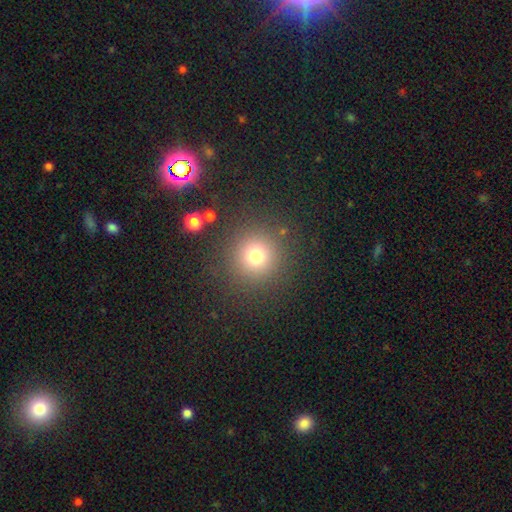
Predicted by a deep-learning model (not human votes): A smooth galaxy with no disk features (74%) that is round (95%).

Vote fractions:
- Smooth or featured? smooth: 74% / star or artifact: 17% / featured or disk: 8%
- How rounded? round: 95% / in between: 4% / cigar-shaped: 1%
- Merging? none: 87% / minor disturbance: 7% / major disturbance: 4% / merger: 2%